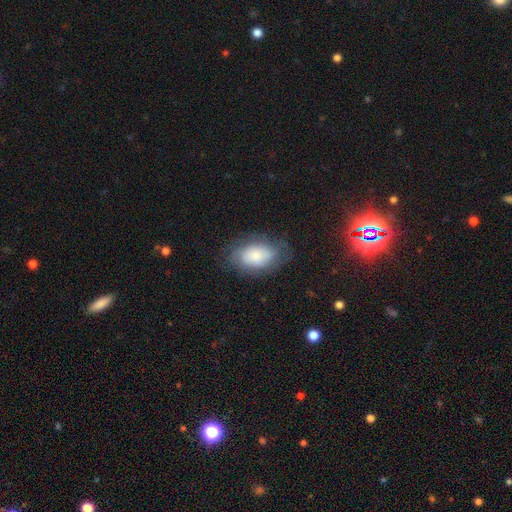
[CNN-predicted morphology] smooth 69%, featured or disk 23%, star or artifact 8%. Down the decision tree: how rounded — in between (91%); merging — none (68%).